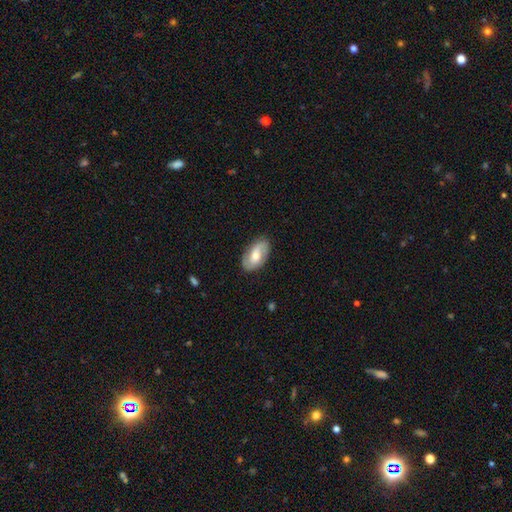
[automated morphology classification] Smooth or featured: featured or disk — 53% (smooth — 41%)
Edge-on disk: no — 93% (yes — 7%)
Merging: none — 80% (minor disturbance — 15%)